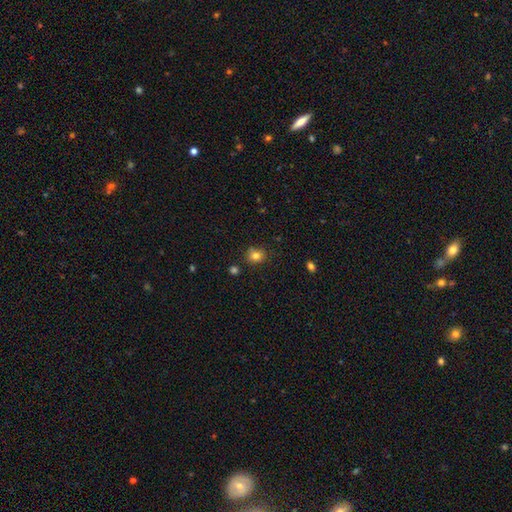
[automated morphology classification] A smooth galaxy with no disk features (81%) that is round (73%). Merging: none (77%).